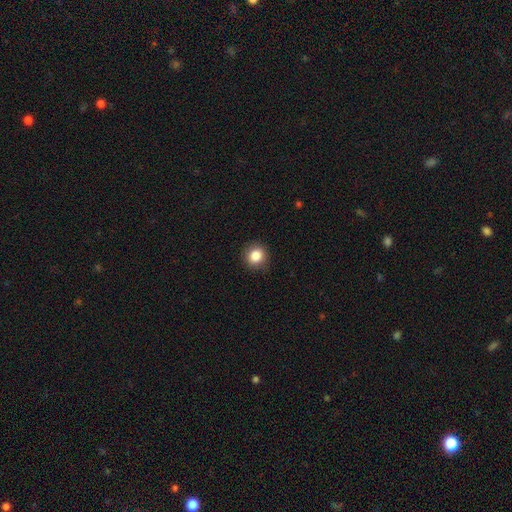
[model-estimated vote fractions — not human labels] smooth 85%, star or artifact 10%, featured or disk 5%. Down the decision tree: how rounded — round (88%); merging — none (90%).